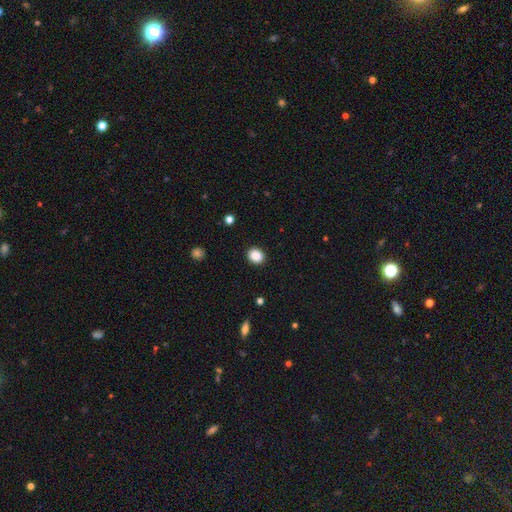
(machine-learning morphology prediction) Smooth or featured: smooth — 88% (star or artifact — 9%)
How rounded: round — 62% (in between — 37%)
Merging: none — 90% (minor disturbance — 6%)